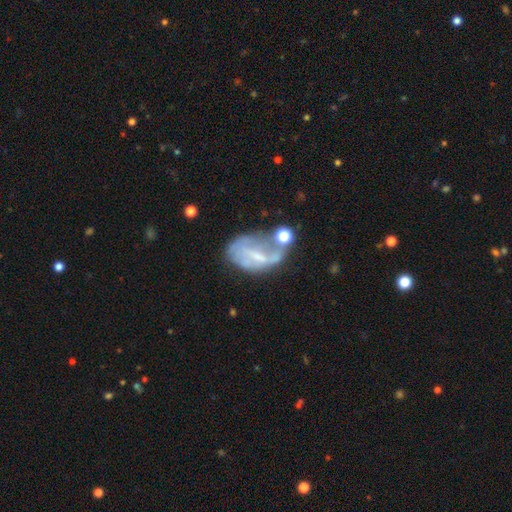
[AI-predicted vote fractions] Morphology: type=featured or disk (58%); edge-on=no (95%); bar=no (43%); spiral arms=no (58%); bulge=none (40%); merging=major disturbance (32%).